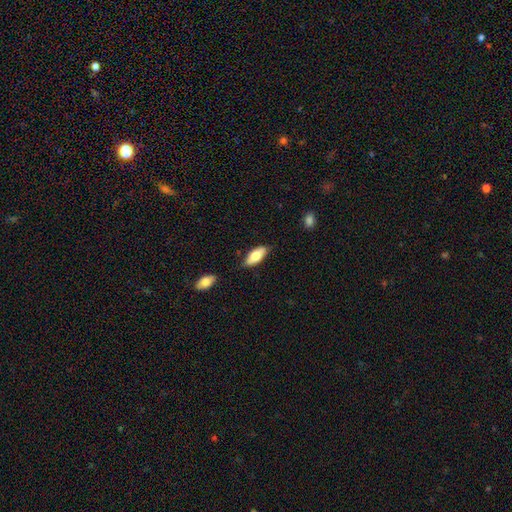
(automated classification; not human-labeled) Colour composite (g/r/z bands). It shows a smooth galaxy with no disk features (74%) that is in between round and cigar-shaped (84%). Merging: none (75%).